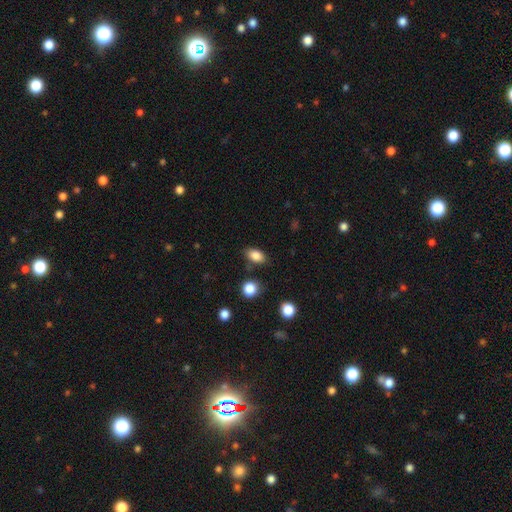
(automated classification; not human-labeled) Smooth or featured? Predicted: smooth (p=0.85). How rounded? Predicted: in between (p=0.85). Merging? Predicted: none (p=0.79).